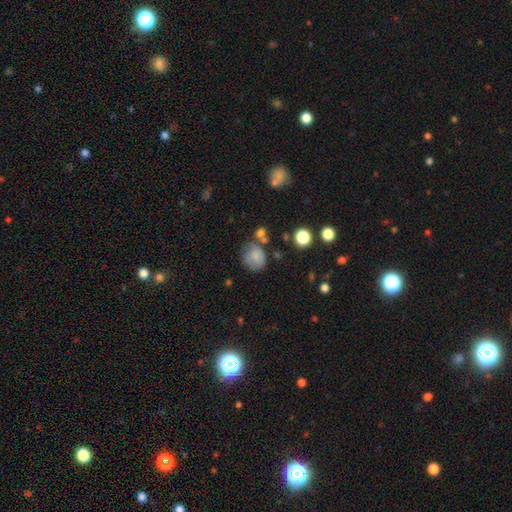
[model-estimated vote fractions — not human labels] A smooth galaxy with no disk features (78%) that is round (71%).

Vote fractions:
- Smooth or featured? smooth: 78% / featured or disk: 12% / star or artifact: 11%
- How rounded? round: 71% / in between: 28% / cigar-shaped: 1%
- Merging? none: 54% / minor disturbance: 25% / merger: 11% / major disturbance: 10%